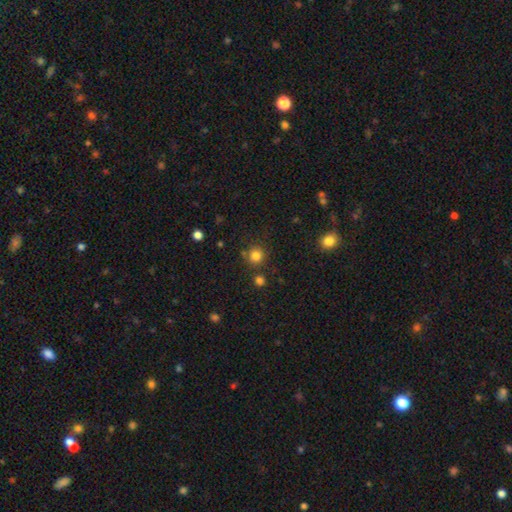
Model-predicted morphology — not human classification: smooth_or_featured: smooth (p=0.81) [alt: star or artifact p=0.14]
how_rounded: round (p=0.92) [alt: in between p=0.07]
merging: none (p=0.80) [alt: minor disturbance p=0.09]